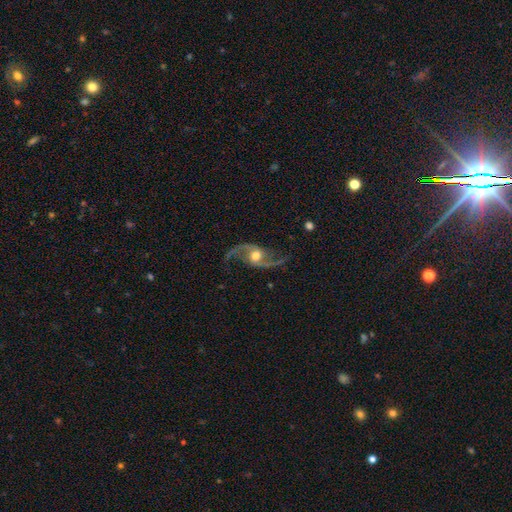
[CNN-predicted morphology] Smooth or featured?
  - featured or disk: 92% *
  - star or artifact: 5%
  - smooth: 3%
Edge-on disk?
  - no: 97% *
  - yes: 3%
Bar?
  - no: 57% *
  - weak: 31%
  - strong: 12%
Spiral arms?
  - yes: 98% *
  - no: 2%
Spiral winding?
  - loose: 80% *
  - medium: 16%
  - tight: 3%
Spiral arm count?
  - 2: 95% *
  - 1: 1%
  - can't tell: 1%
  - 3: 1%
  - 4: 1%
  - more than 4: 1%
Bulge size?
  - moderate: 70% *
  - small: 14%
  - large: 13%
  - none: 2%
  - dominant: 2%
Merging?
  - none: 79% *
  - minor disturbance: 13%
  - major disturbance: 7%
  - merger: 2%